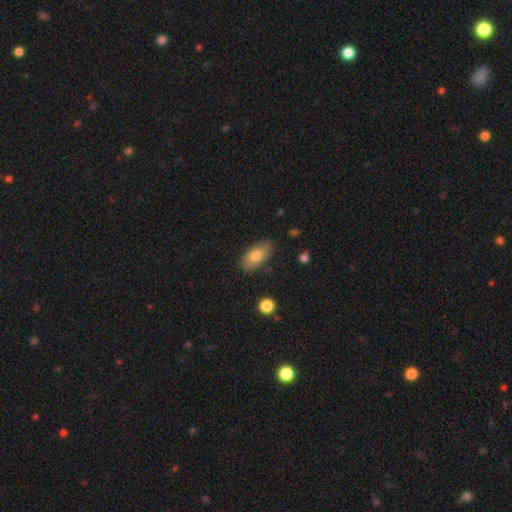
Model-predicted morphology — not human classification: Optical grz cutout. It shows a smooth galaxy with no disk features (78%) that is in between round and cigar-shaped (91%). Merging: none (83%).